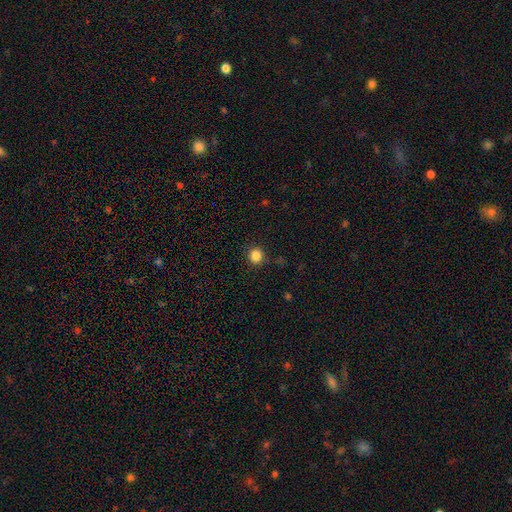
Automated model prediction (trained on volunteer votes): Smooth or featured?
  - smooth: 85% *
  - star or artifact: 11%
  - featured or disk: 4%
How rounded?
  - round: 89% *
  - in between: 10%
  - cigar-shaped: 1%
Merging?
  - none: 89% *
  - minor disturbance: 7%
  - major disturbance: 2%
  - merger: 1%